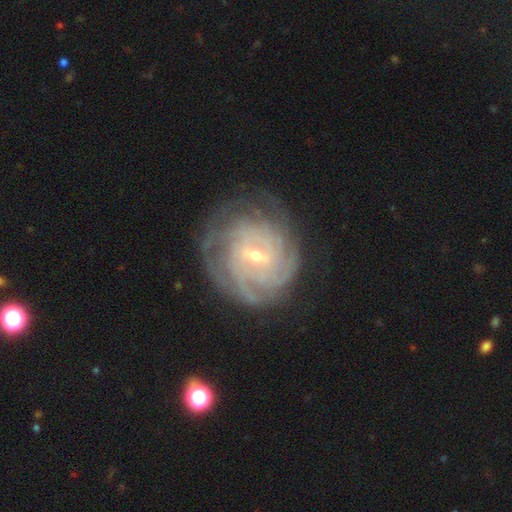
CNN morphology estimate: The model was most divided on "spiral arm count": can't tell: 38%, 4: 22%, 3: 13%, more than 4: 11%, 2: 10%, 1: 6%. More confident: edge-on disk — no (97%); spiral arms — yes (96%); smooth or featured — featured or disk (86%); spiral winding — tight (77%); merging — none (74%); bulge size — small (63%); bar — weak (58%).